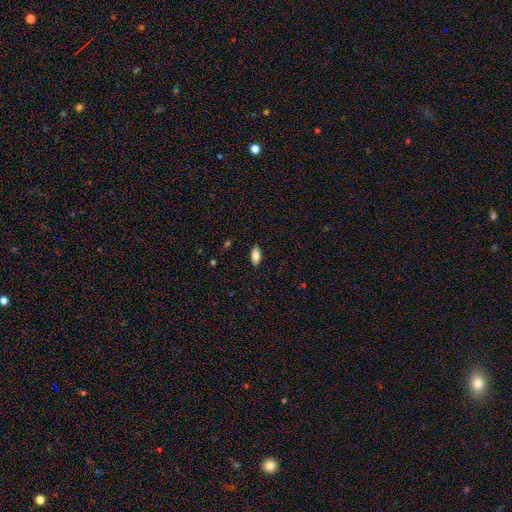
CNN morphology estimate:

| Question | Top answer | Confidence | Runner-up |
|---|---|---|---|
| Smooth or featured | smooth | 80% | featured or disk (13%) |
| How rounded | in between | 91% | cigar-shaped (6%) |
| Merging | none | 88% | minor disturbance (9%) |